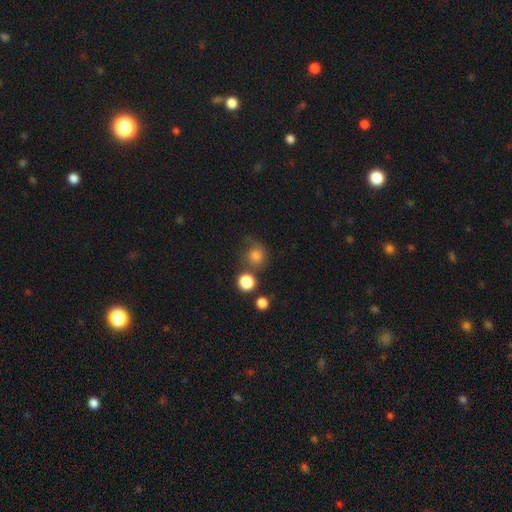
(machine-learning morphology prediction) Smooth or featured? smooth (78%)
How rounded? round (87%)
Merging? none (60%)